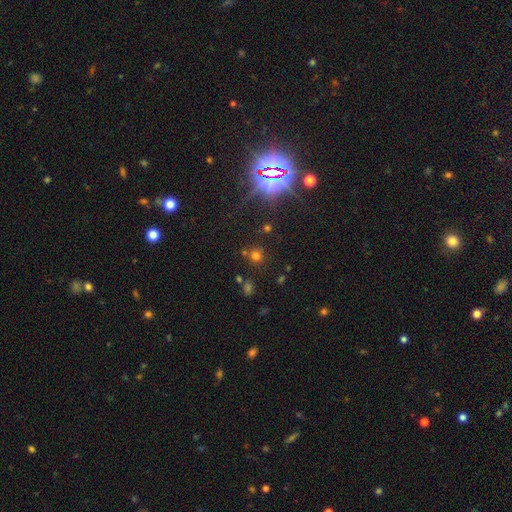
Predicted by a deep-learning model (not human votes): A smooth galaxy with no disk features (59%) that is round (90%). Merging: none (78%).